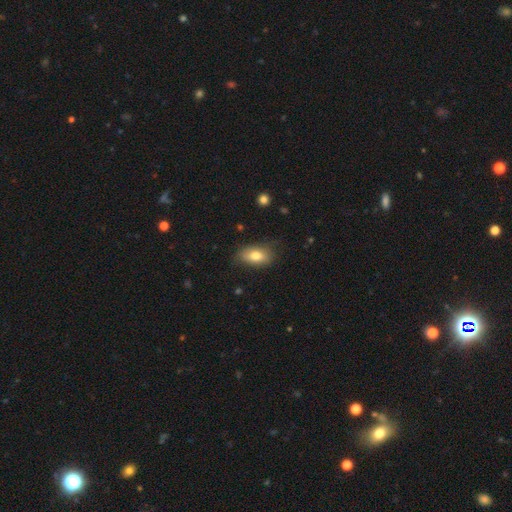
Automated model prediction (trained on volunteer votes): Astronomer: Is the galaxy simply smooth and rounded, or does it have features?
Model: smooth — 77%.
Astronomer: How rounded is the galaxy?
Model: in between — 89%.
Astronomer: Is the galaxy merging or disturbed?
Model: none — 75%.